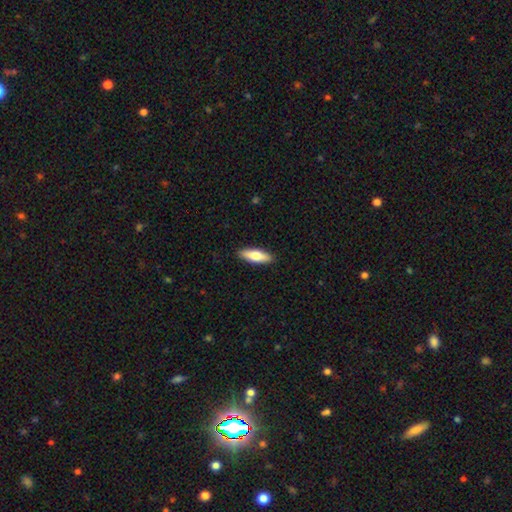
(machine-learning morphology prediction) smooth_or_featured: smooth (p=0.73) [alt: featured or disk p=0.22]
how_rounded: in between (p=0.54) [alt: cigar-shaped p=0.44]
merging: none (p=0.91) [alt: minor disturbance p=0.07]